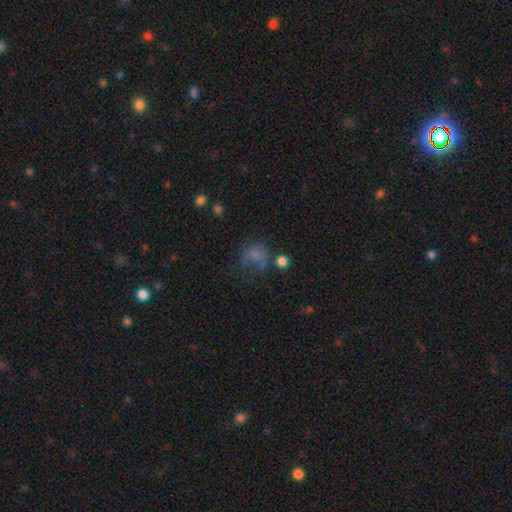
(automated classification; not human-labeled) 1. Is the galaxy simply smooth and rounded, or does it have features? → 65% smooth, 19% featured or disk, 17% star or artifact.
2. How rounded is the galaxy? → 64% round, 35% in between, 1% cigar-shaped.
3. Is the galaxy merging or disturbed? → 36% none, 31% major disturbance, 22% minor disturbance, 11% merger.